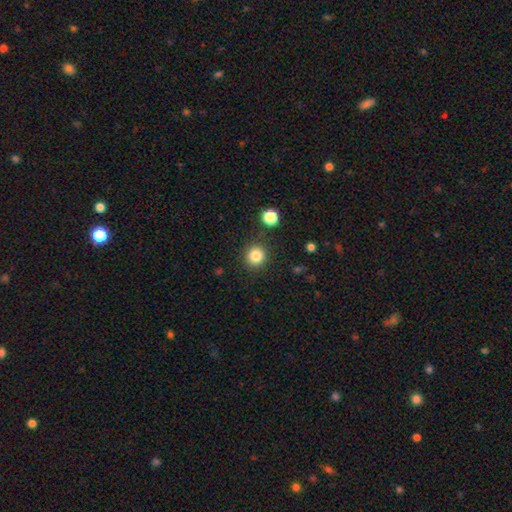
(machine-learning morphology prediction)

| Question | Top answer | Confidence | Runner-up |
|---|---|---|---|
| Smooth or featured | smooth | 84% | star or artifact (11%) |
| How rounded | round | 91% | in between (8%) |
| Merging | none | 88% | minor disturbance (7%) |